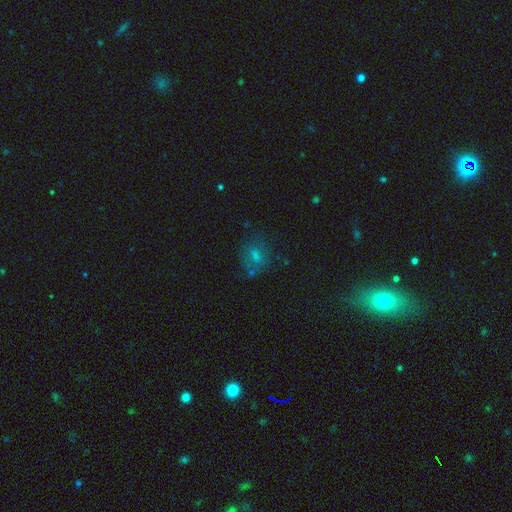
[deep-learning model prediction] This appears to be a smooth galaxy with no disk features (48%). Merging: none (66%).